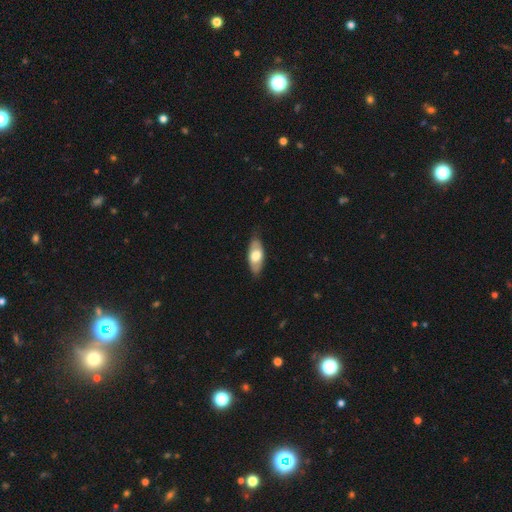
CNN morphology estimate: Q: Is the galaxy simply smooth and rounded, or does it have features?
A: smooth — 59%.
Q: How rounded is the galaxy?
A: in between — 82%.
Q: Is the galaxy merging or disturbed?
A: none — 81%.